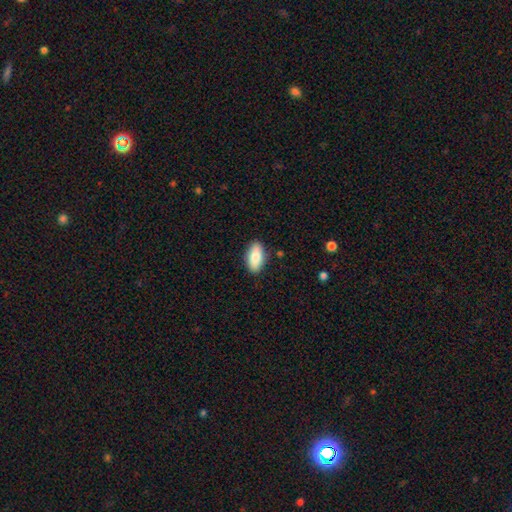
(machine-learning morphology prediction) This is clearly a smooth galaxy (82%). How rounded: clearly in between (88%). Merging: clearly none (87%).